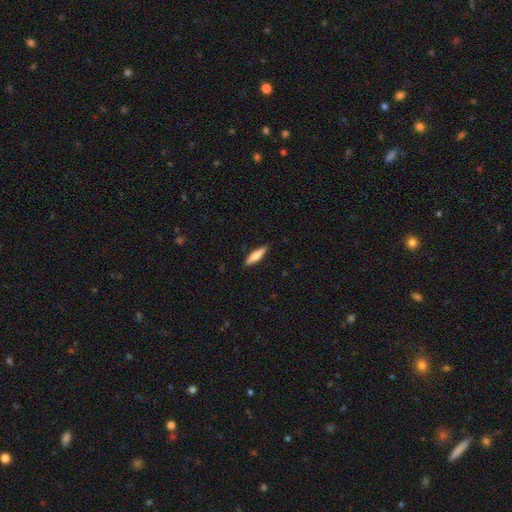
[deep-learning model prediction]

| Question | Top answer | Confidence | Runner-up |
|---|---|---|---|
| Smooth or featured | smooth | 72% | featured or disk (23%) |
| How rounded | cigar-shaped | 71% | in between (27%) |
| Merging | none | 88% | minor disturbance (9%) |